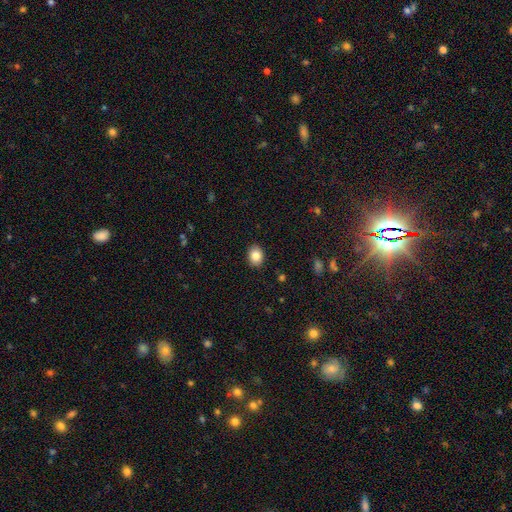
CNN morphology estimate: A smooth galaxy with no disk features (85%) that is in between round and cigar-shaped (55%).

Vote fractions:
- Smooth or featured? smooth: 85% / star or artifact: 9% / featured or disk: 6%
- How rounded? in between: 55% / round: 44% / cigar-shaped: 1%
- Merging? none: 90% / minor disturbance: 7% / major disturbance: 2% / merger: 1%